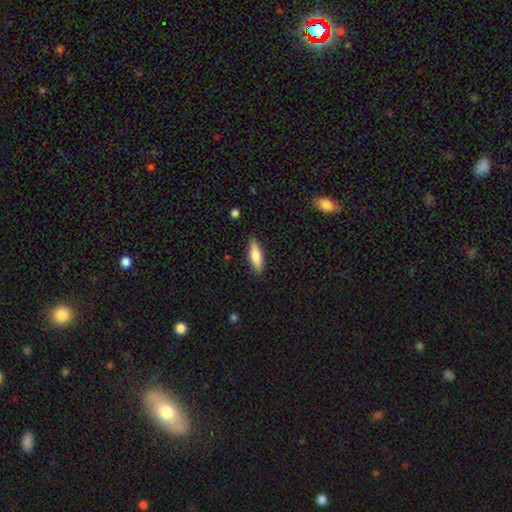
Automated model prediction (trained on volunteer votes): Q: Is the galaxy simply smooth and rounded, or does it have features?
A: smooth — 78%.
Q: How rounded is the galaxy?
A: in between — 52%.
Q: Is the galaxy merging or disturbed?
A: none — 87%.